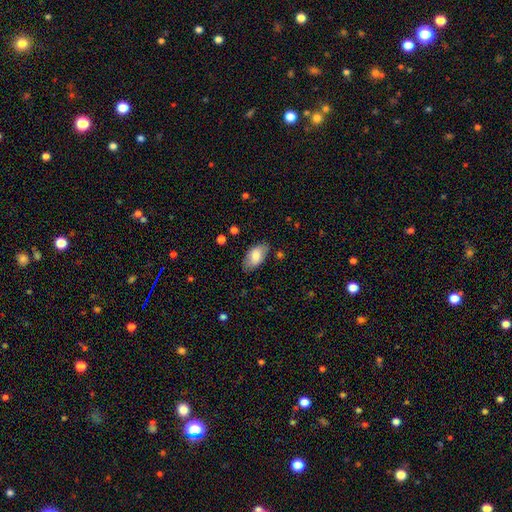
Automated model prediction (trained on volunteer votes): smooth_or_featured: smooth (p=0.78) [alt: featured or disk p=0.16]
how_rounded: in between (p=0.95) [alt: round p=0.03]
merging: none (p=0.76) [alt: minor disturbance p=0.18]